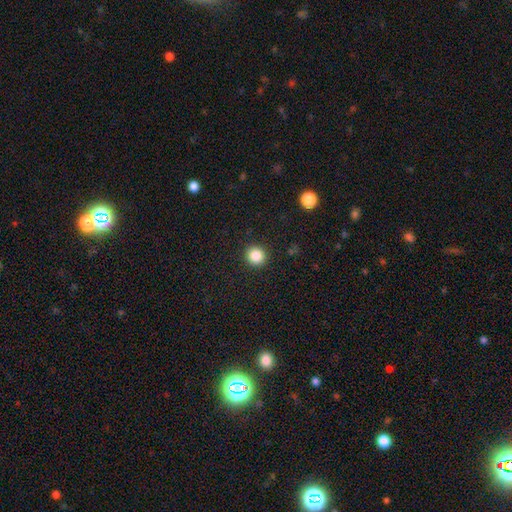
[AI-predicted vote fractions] Smooth or featured? Predicted: smooth (p=0.85). How rounded? Predicted: round (p=0.91). Merging? Predicted: none (p=0.91).